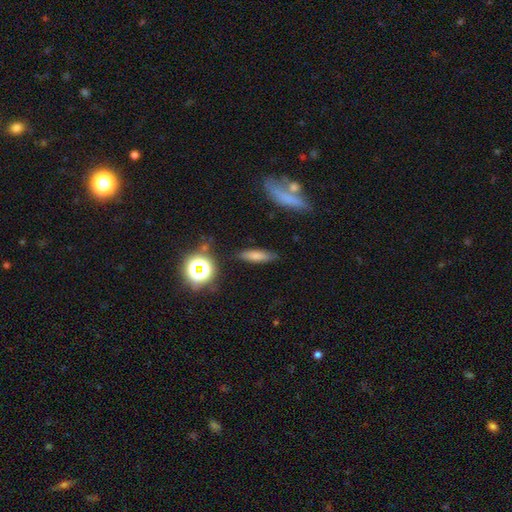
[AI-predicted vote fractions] Smooth or featured?
  - smooth: 73% *
  - featured or disk: 14%
  - star or artifact: 13%
How rounded?
  - cigar-shaped: 61% *
  - in between: 34%
  - round: 4%
Merging?
  - none: 83% *
  - minor disturbance: 11%
  - major disturbance: 3%
  - merger: 3%